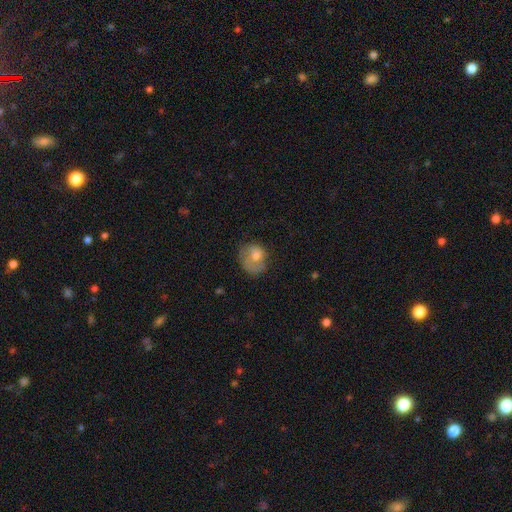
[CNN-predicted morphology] smooth 65%, featured or disk 26%, star or artifact 9%. Down the decision tree: how rounded — round (60%); merging — none (42%).